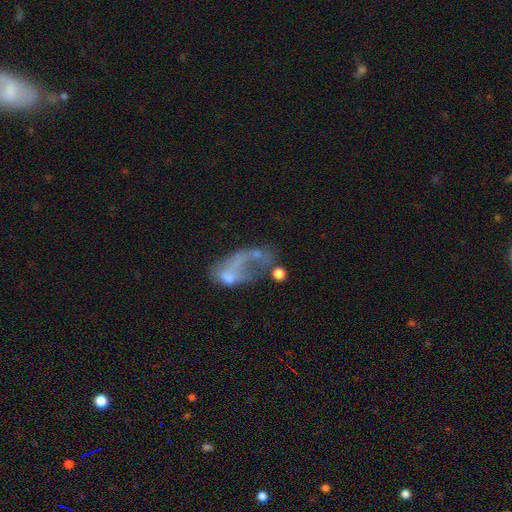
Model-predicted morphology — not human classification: type=featured or disk (47%); merging=major disturbance (41%).